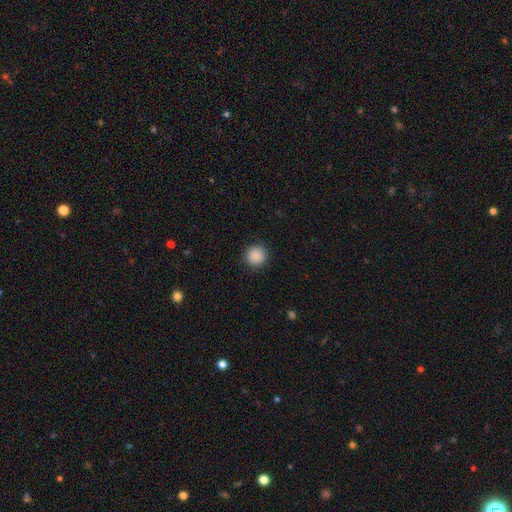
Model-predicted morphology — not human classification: This appears to be a smooth galaxy with no disk features (89%) that is round (95%). Merging: none (91%).